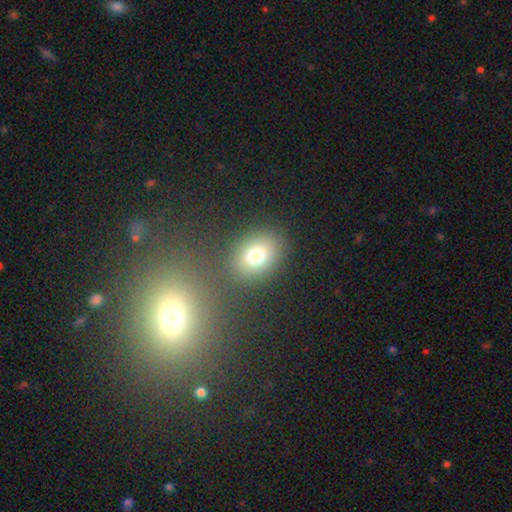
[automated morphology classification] Overall: smooth (74%). How rounded: in between (51%; round 47%). Merging: none (81%).